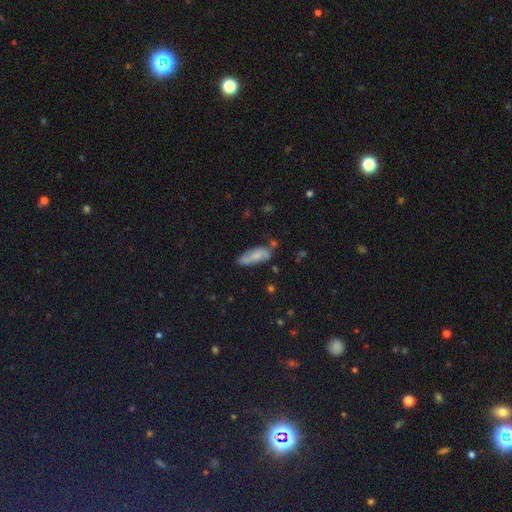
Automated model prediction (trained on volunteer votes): Smooth or featured: smooth — 61% (featured or disk — 31%)
How rounded: in between — 70% (cigar-shaped — 28%)
Merging: none — 57% (minor disturbance — 26%)